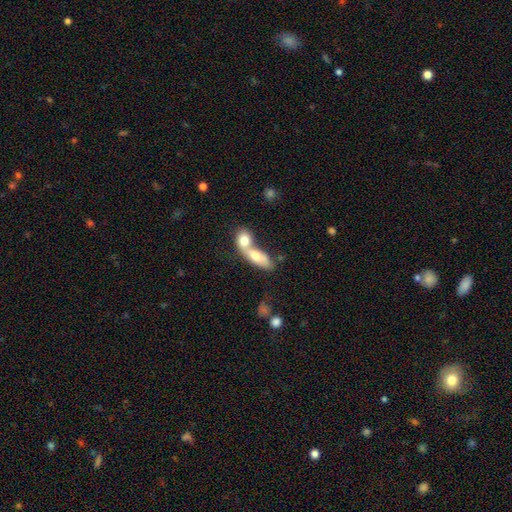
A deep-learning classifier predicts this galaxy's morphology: smooth-or-featured: smooth: 68% | featured or disk: 25% | star or artifact: 7%
  how-rounded: in between: 70% | cigar-shaped: 17% | round: 13%
  merging: merger: 77% | none: 14% | minor disturbance: 5% | major disturbance: 4%